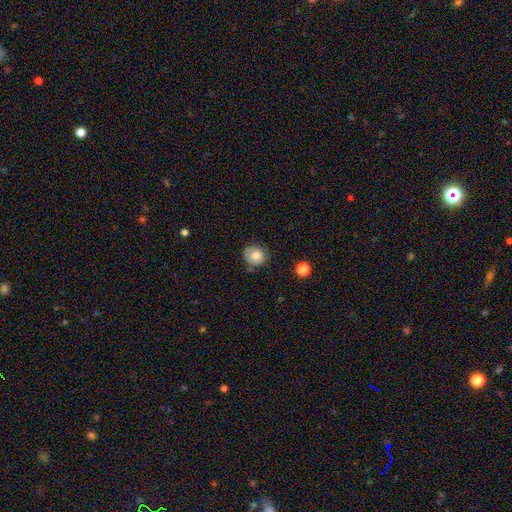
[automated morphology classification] A smooth galaxy with no disk features (77%) that is round (84%).

Vote fractions:
- Smooth or featured? smooth: 77% / featured or disk: 13% / star or artifact: 9%
- How rounded? round: 84% / in between: 15% / cigar-shaped: 1%
- Merging? none: 74% / minor disturbance: 19% / major disturbance: 5% / merger: 2%